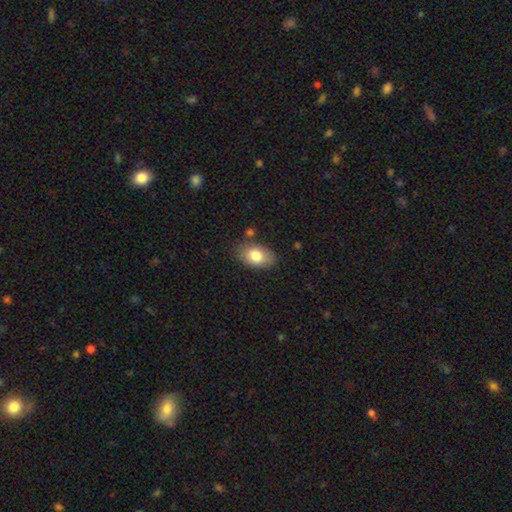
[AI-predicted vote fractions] smooth_or_featured: smooth (p=0.80) [alt: featured or disk p=0.13]
how_rounded: in between (p=0.89) [alt: round p=0.10]
merging: none (p=0.79) [alt: minor disturbance p=0.14]